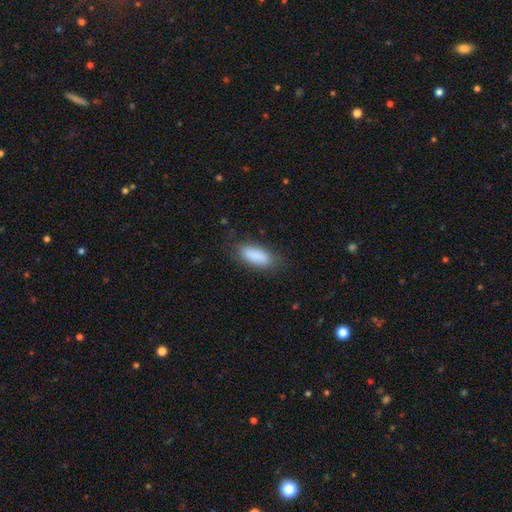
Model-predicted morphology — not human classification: type=smooth (87%); roundness=in between (82%); merging=none (79%).